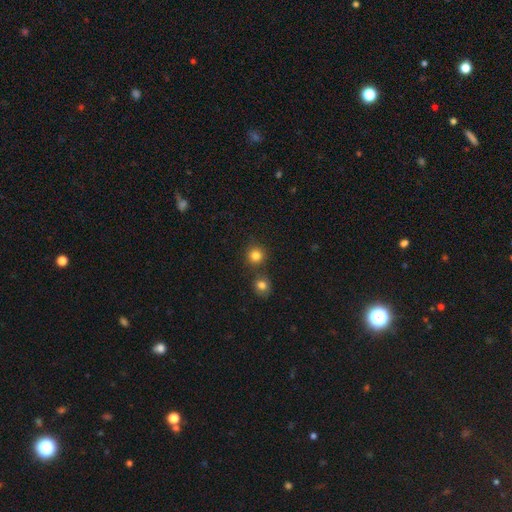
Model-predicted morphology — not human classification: A smooth galaxy with no disk features (82%) that is round (92%). Merging: none (74%).